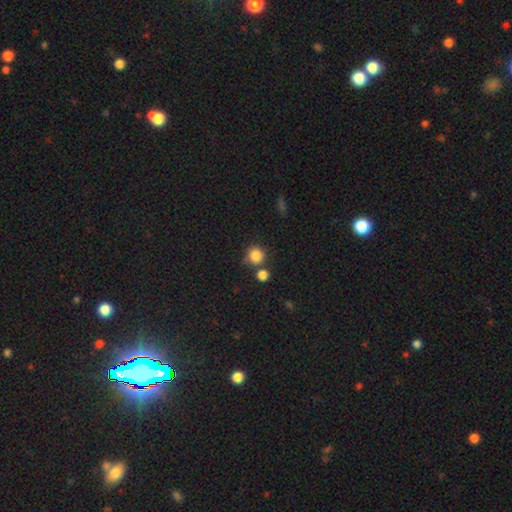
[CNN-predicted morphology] A smooth galaxy with no disk features (84%) that is round (92%). Merging: none (72%).